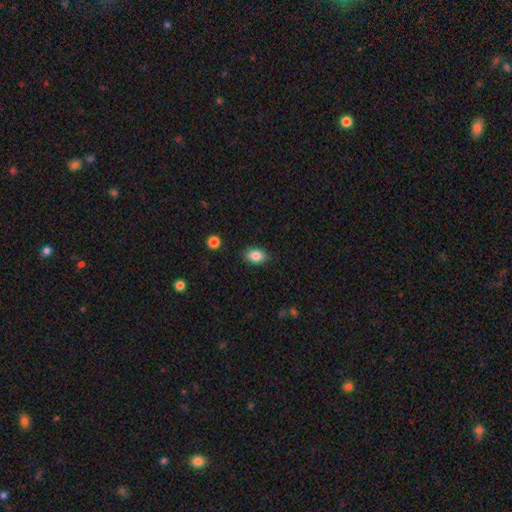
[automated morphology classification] The model was most divided on "how rounded": in between: 83%, round: 15%, cigar-shaped: 2%. More confident: merging — none (86%); smooth or featured — smooth (85%).